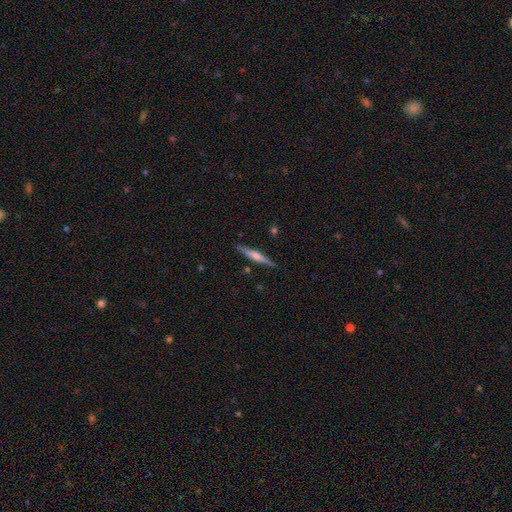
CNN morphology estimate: This appears to be a featured or disk galaxy (62%) viewed edge-on (97%) with a rounded central bulge (71%). Merging: none (89%).